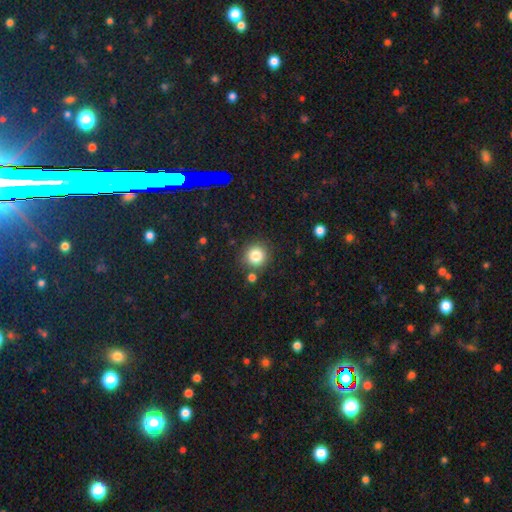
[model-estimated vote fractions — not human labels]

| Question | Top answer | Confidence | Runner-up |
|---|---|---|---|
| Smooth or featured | smooth | 82% | star or artifact (12%) |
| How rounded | round | 93% | in between (6%) |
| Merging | none | 84% | minor disturbance (8%) |